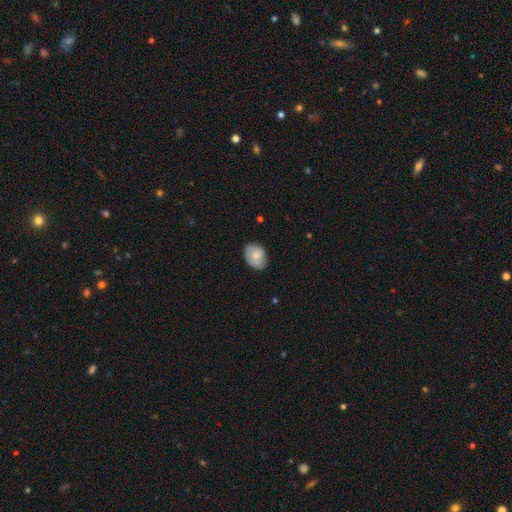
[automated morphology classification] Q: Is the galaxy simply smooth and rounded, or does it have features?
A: smooth — 76%.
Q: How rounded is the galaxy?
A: in between — 75%.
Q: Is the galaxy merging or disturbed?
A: none — 80%.